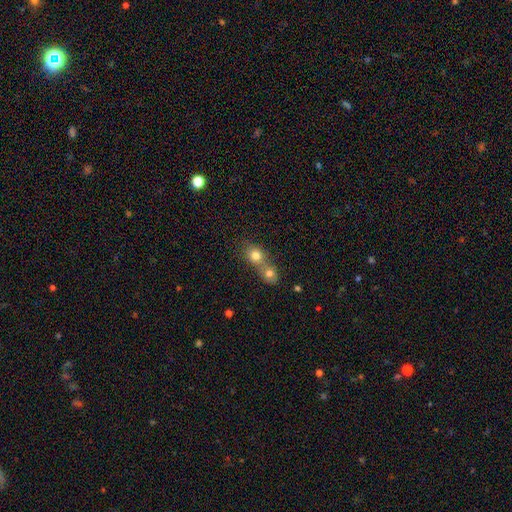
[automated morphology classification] smooth-or-featured: smooth: 77% | featured or disk: 12% | star or artifact: 11%
  how-rounded: round: 70% | in between: 28% | cigar-shaped: 2%
  merging: merger: 64% | none: 28% | minor disturbance: 5% | major disturbance: 3%